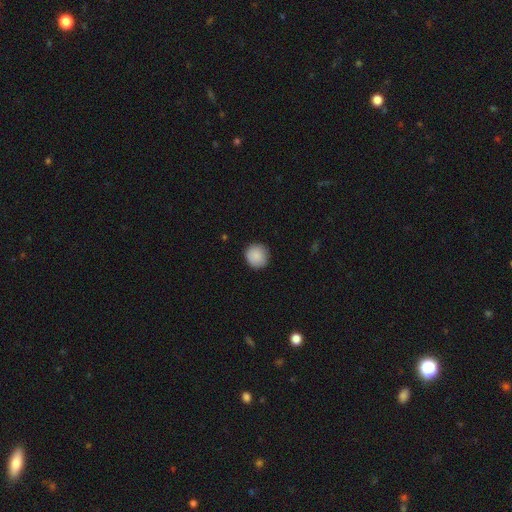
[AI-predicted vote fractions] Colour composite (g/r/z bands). It shows a smooth galaxy with no disk features (89%) that is round (93%). Merging: none (89%).